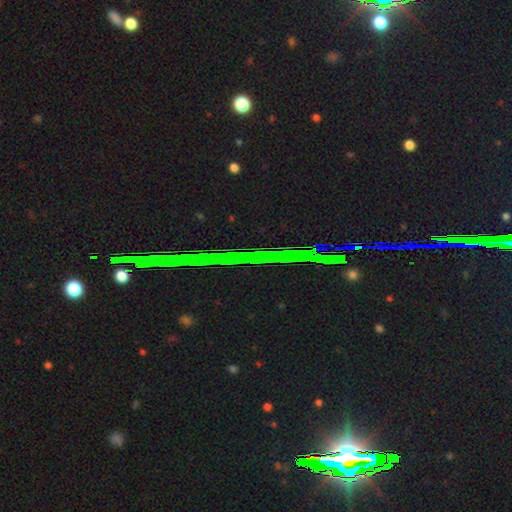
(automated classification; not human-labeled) Q: Smooth or featured?
A: star or artifact (86%); runner-up: featured or disk (8%)